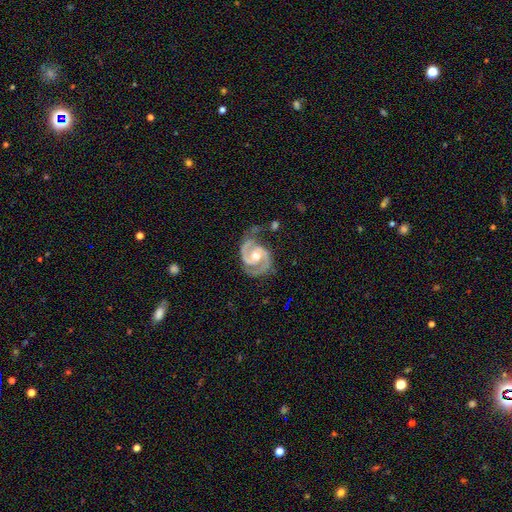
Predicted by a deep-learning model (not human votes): Smooth or featured?
  - featured or disk: 93% *
  - star or artifact: 4%
  - smooth: 3%
Edge-on disk?
  - no: 98% *
  - yes: 2%
Bar?
  - no: 53% *
  - weak: 35%
  - strong: 13%
Spiral arms?
  - yes: 99% *
  - no: 1%
Spiral winding?
  - tight: 47% *
  - medium: 46%
  - loose: 6%
Spiral arm count?
  - 2: 94% *
  - 3: 2%
  - can't tell: 1%
  - 1: 1%
  - 4: 1%
  - more than 4: 1%
Bulge size?
  - moderate: 73% *
  - small: 21%
  - large: 5%
  - none: 1%
  - dominant: 1%
Merging?
  - none: 71% *
  - minor disturbance: 20%
  - major disturbance: 6%
  - merger: 3%